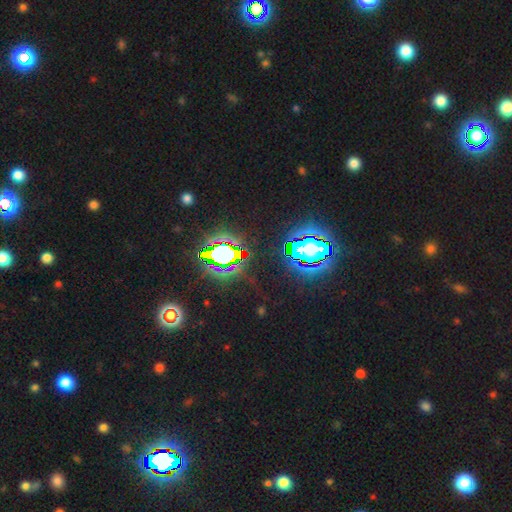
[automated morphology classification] Smooth or featured: star or artifact — 84% (smooth — 10%)